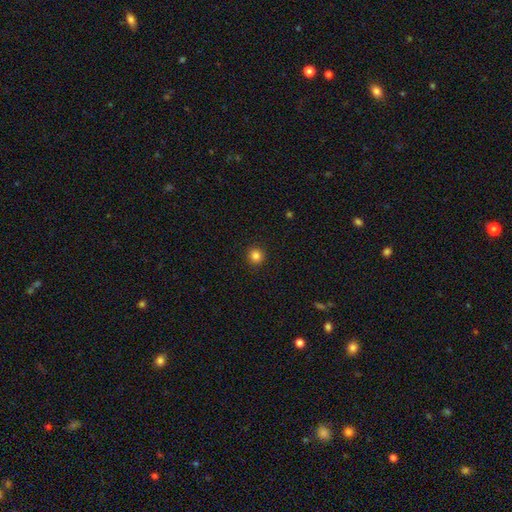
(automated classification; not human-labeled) smooth-or-featured: smooth: 84% | star or artifact: 12% | featured or disk: 4%
  how-rounded: round: 94% | in between: 5% | cigar-shaped: 1%
  merging: none: 93% | minor disturbance: 4% | major disturbance: 2% | merger: 1%